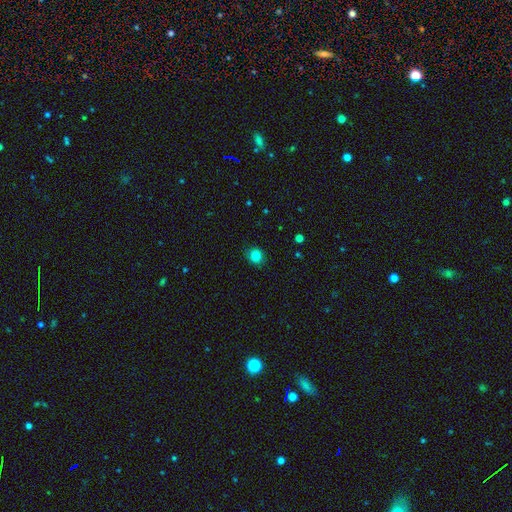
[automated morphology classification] Q: Smooth or featured?
A: smooth (83%); runner-up: star or artifact (12%)
Q: How rounded?
A: round (85%); runner-up: in between (14%)
Q: Merging?
A: none (89%); runner-up: minor disturbance (8%)